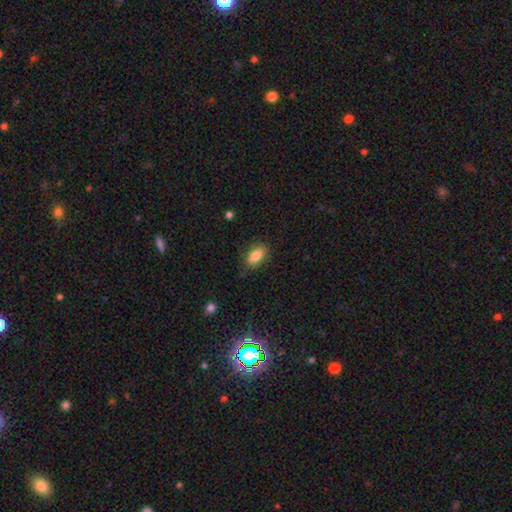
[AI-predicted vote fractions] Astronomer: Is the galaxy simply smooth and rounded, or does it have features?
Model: smooth — 84%.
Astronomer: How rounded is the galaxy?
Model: in between — 89%.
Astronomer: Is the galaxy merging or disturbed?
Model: none — 83%.